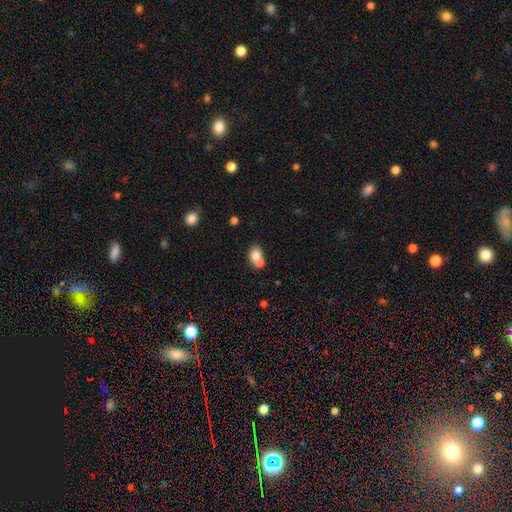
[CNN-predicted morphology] This appears to be a smooth galaxy with no disk features (76%) that is in between round and cigar-shaped (58%). Merging: merger (55%).